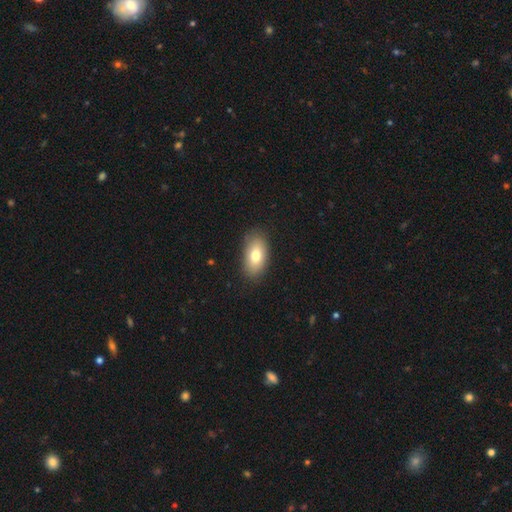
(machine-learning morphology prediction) Smooth or featured? Predicted: smooth (p=0.77). How rounded? Predicted: in between (p=0.92). Merging? Predicted: none (p=0.85).